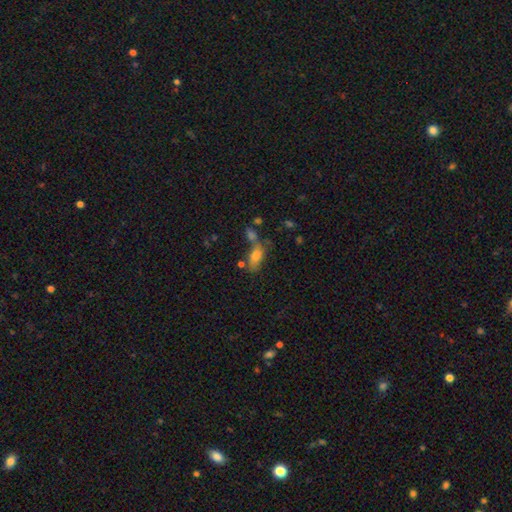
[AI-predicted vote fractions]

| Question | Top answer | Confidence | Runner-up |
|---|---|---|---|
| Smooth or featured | smooth | 66% | featured or disk (21%) |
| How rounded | in between | 77% | cigar-shaped (17%) |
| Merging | none | 43% | merger (30%) |